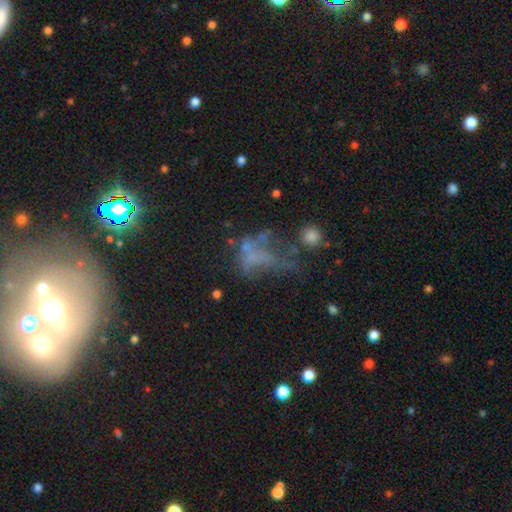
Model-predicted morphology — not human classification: Overall: featured or disk (38%; smooth 33%). Merging: major disturbance (43%; none 26%).